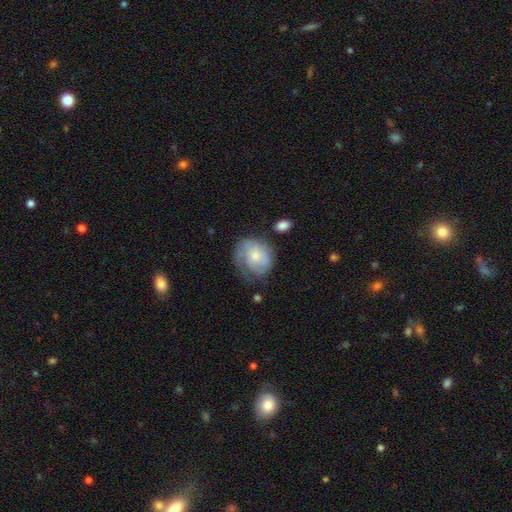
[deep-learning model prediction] Smooth or featured: featured or disk — 55% (smooth — 39%)
Edge-on disk: no — 97% (yes — 3%)
Bar: no — 76% (weak — 22%)
Spiral arms: yes — 81% (no — 19%)
Bulge size: small — 46% (moderate — 41%)
Merging: none — 54% (minor disturbance — 27%)